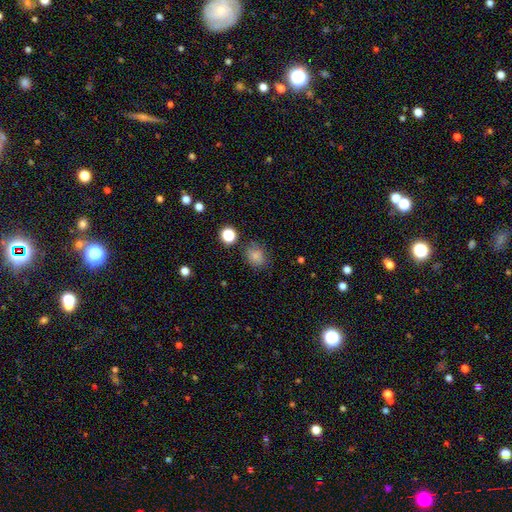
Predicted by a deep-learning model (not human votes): The model was most divided on "how rounded": round: 65%, in between: 34%, cigar-shaped: 1%. More confident: smooth or featured — smooth (81%); merging — none (79%).